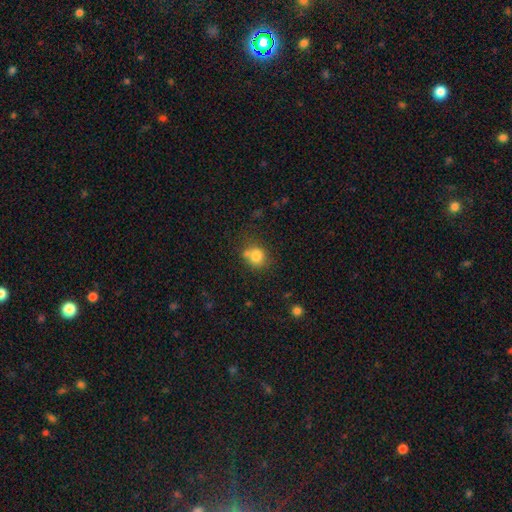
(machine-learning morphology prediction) Q: Smooth or featured?
A: smooth (79%); runner-up: star or artifact (11%)
Q: How rounded?
A: round (77%); runner-up: in between (22%)
Q: Merging?
A: none (56%); runner-up: merger (23%)